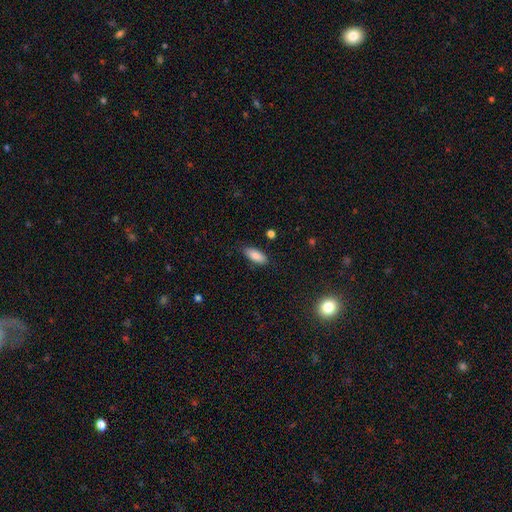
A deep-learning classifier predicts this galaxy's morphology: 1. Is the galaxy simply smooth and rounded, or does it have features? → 86% smooth, 7% star or artifact, 7% featured or disk.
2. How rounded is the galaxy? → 82% in between, 16% cigar-shaped, 2% round.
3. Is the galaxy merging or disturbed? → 83% none, 13% minor disturbance, 3% major disturbance, 1% merger.